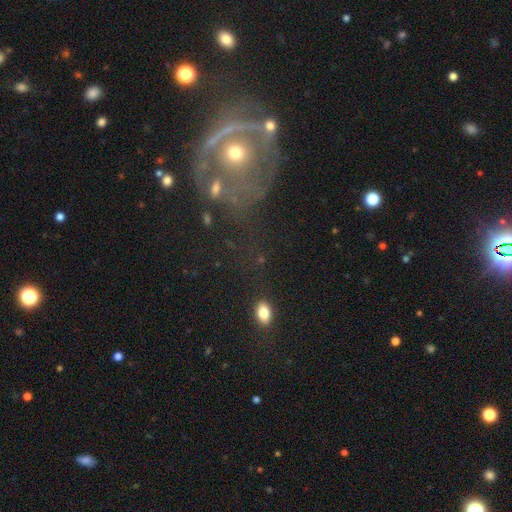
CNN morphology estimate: Q: Smooth or featured?
A: featured or disk (56%); runner-up: smooth (23%)
Q: Edge-on disk?
A: no (92%); runner-up: yes (8%)
Q: Bar?
A: no (74%); runner-up: weak (17%)
Q: Spiral arms?
A: no (51%); runner-up: yes (49%)
Q: Bulge size?
A: moderate (51%); runner-up: small (38%)
Q: Merging?
A: none (43%); runner-up: major disturbance (27%)